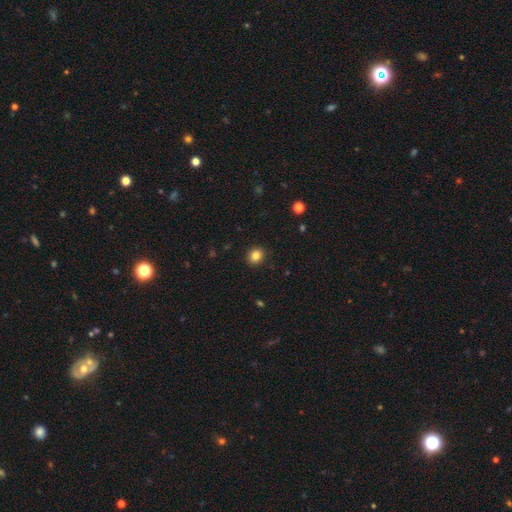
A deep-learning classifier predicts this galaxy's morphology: Smooth or featured?
  - smooth: 84% *
  - star or artifact: 11%
  - featured or disk: 5%
How rounded?
  - round: 71% *
  - in between: 29%
  - cigar-shaped: 1%
Merging?
  - none: 91% *
  - minor disturbance: 6%
  - major disturbance: 2%
  - merger: 1%